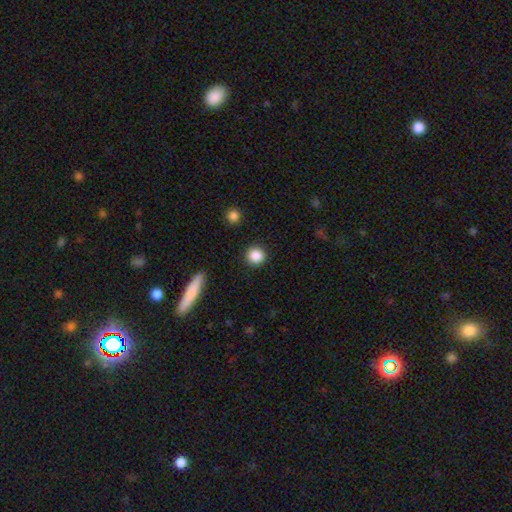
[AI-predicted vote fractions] A smooth galaxy with no disk features (87%) that is round (92%).

Vote fractions:
- Smooth or featured? smooth: 87% / star or artifact: 9% / featured or disk: 4%
- How rounded? round: 92% / in between: 7% / cigar-shaped: 1%
- Merging? none: 91% / minor disturbance: 6% / major disturbance: 2% / merger: 1%